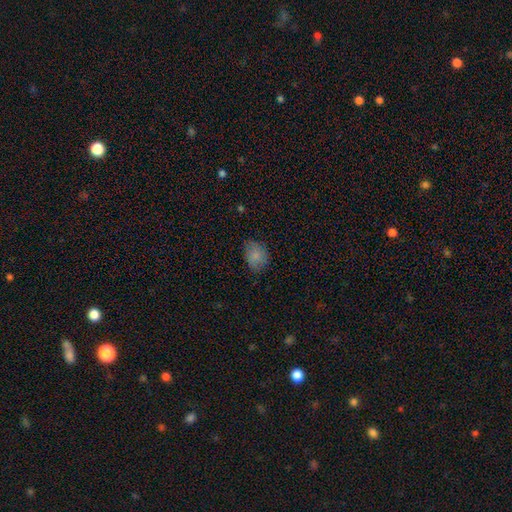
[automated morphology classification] Q: Smooth or featured?
A: smooth (82%); runner-up: featured or disk (10%)
Q: How rounded?
A: in between (66%); runner-up: round (33%)
Q: Merging?
A: none (73%); runner-up: minor disturbance (21%)